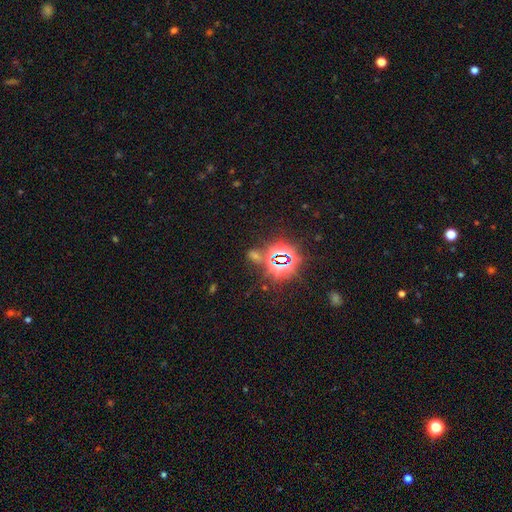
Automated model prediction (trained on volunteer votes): smooth-or-featured: star or artifact: 76% | smooth: 16% | featured or disk: 8%